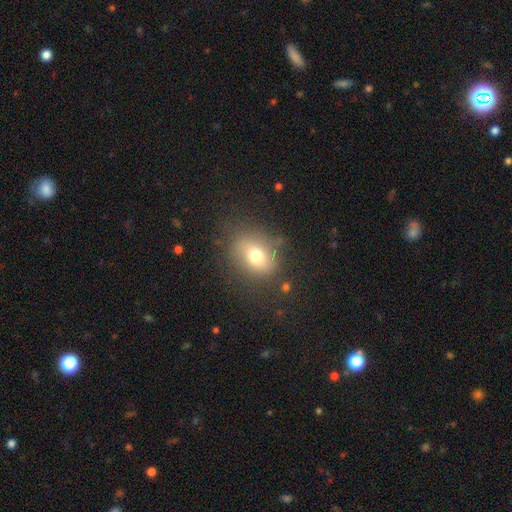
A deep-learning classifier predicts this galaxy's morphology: smooth_or_featured: smooth (p=0.70) [alt: featured or disk p=0.17]
how_rounded: in between (p=0.54) [alt: round p=0.45]
merging: none (p=0.72) [alt: minor disturbance p=0.17]